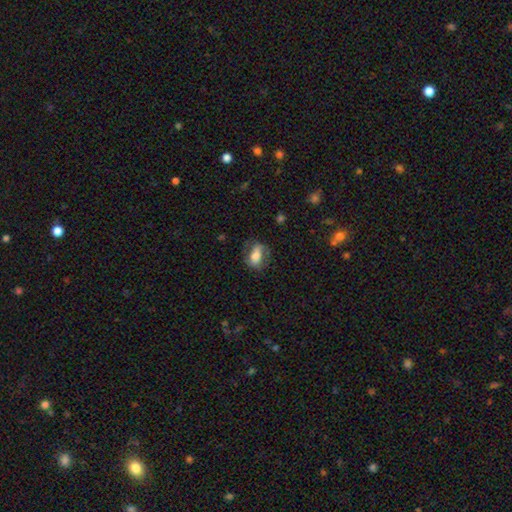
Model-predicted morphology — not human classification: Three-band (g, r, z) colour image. It shows a smooth galaxy with no disk features (67%) that is in between round and cigar-shaped (83%). Merging: none (64%).